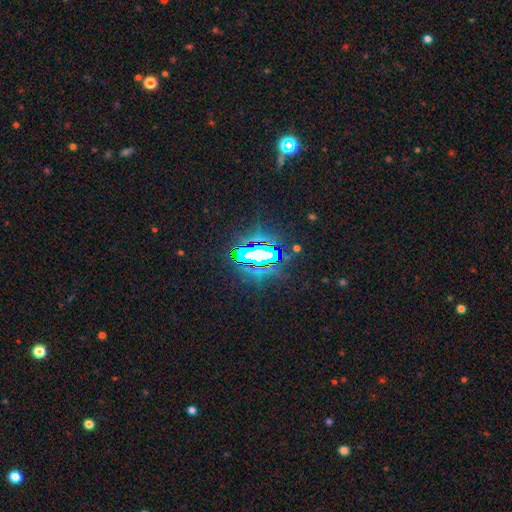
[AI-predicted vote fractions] A star or artifact, not a galaxy (74%).